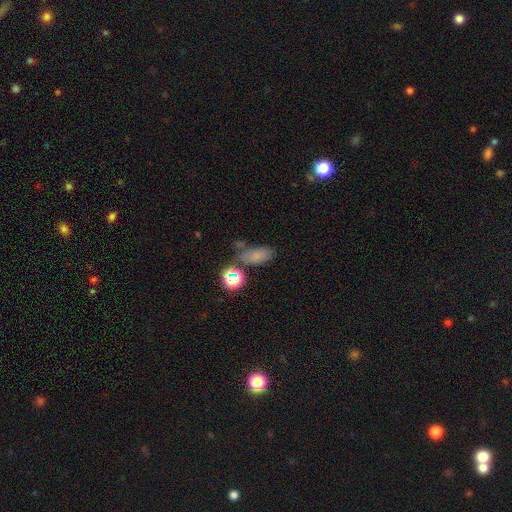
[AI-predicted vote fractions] This is likely a smooth galaxy (67%). How rounded: clearly in between (81%). Merging: possibly none (59%).